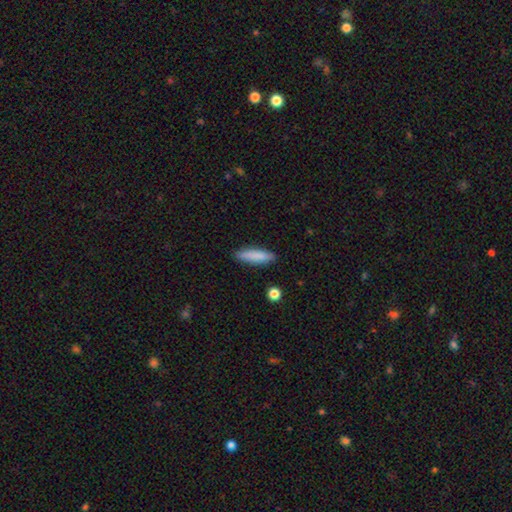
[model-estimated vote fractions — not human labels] smooth_or_featured: smooth (p=0.84) [alt: featured or disk p=0.10]
how_rounded: cigar-shaped (p=0.73) [alt: in between p=0.25]
merging: none (p=0.88) [alt: minor disturbance p=0.09]